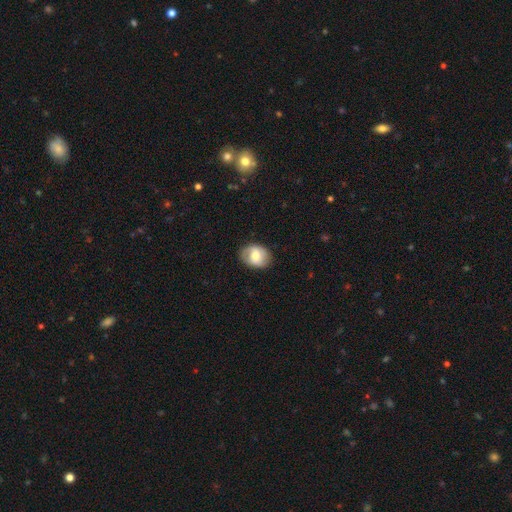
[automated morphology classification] A smooth galaxy with no disk features (58%) that is in between round and cigar-shaped (58%). Merging: none (80%).